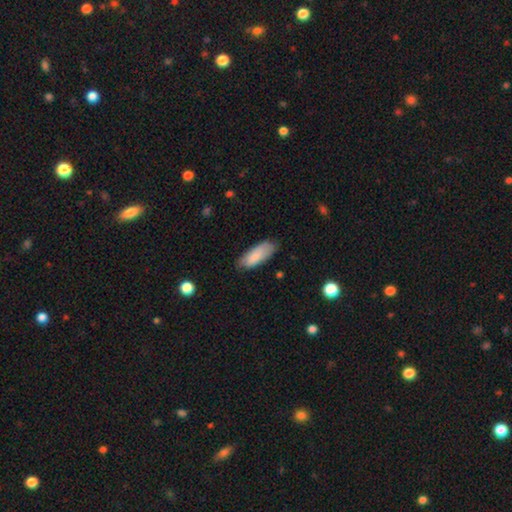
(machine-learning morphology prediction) This appears to be a smooth galaxy with no disk features (83%) that is in between round and cigar-shaped (77%). Merging: none (73%).